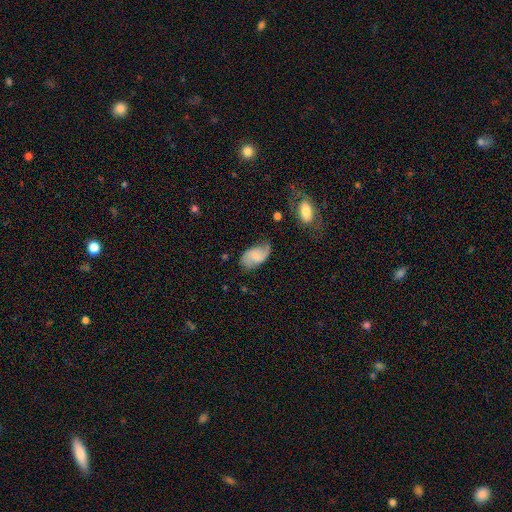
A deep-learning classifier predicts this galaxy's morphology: Smooth or featured? Predicted: featured or disk (p=0.55). Edge-on disk? Predicted: no (p=0.96). Bar? Predicted: no (p=0.56). Spiral arms? Predicted: yes (p=0.90). Bulge size? Predicted: small (p=0.55). Merging? Predicted: none (p=0.60).